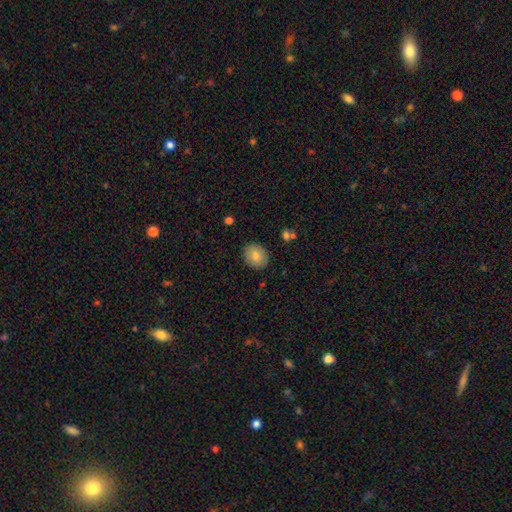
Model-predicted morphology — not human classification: type=smooth (81%); roundness=round (65%); merging=none (88%).